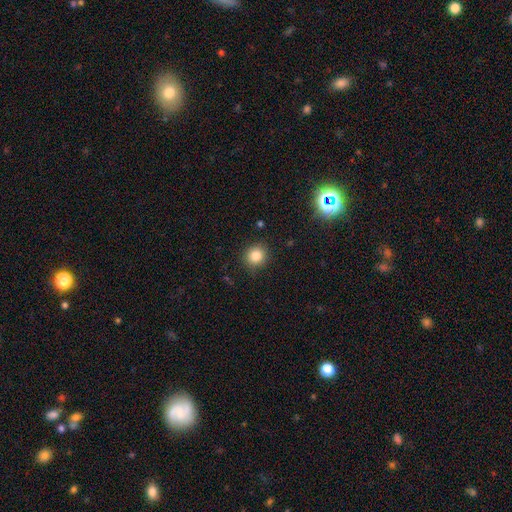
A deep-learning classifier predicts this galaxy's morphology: The model was most divided on "smooth or featured": smooth: 83%, star or artifact: 12%, featured or disk: 5%. More confident: how rounded — round (87%); merging — none (87%).